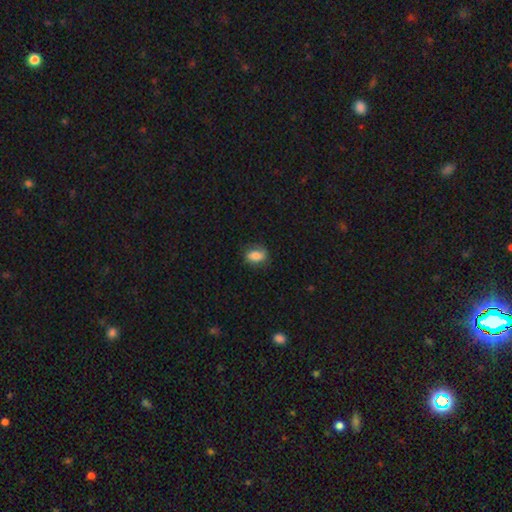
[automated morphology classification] type=smooth (73%); roundness=in between (79%); merging=none (72%).